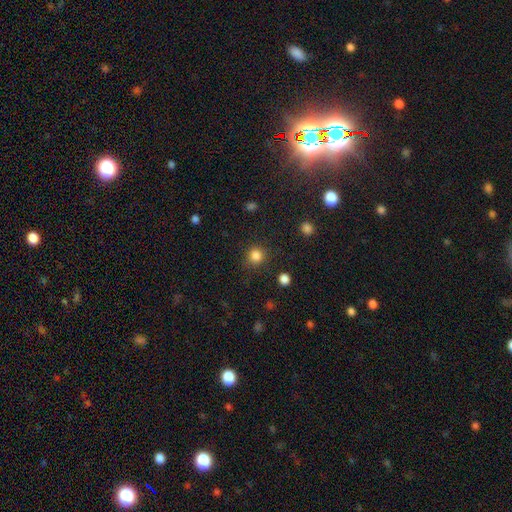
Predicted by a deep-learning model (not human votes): Q: Smooth or featured?
A: smooth (84%); runner-up: star or artifact (13%)
Q: How rounded?
A: round (90%); runner-up: in between (9%)
Q: Merging?
A: none (86%); runner-up: minor disturbance (9%)